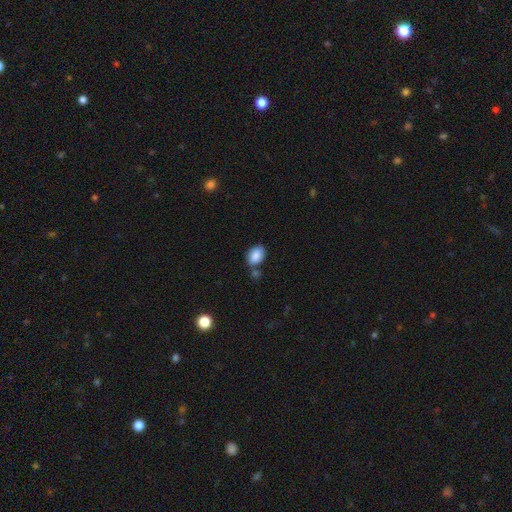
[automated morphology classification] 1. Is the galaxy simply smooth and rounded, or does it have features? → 86% smooth, 8% star or artifact, 6% featured or disk.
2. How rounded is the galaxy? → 80% in between, 19% round, 1% cigar-shaped.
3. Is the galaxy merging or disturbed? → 61% none, 18% merger, 17% minor disturbance, 4% major disturbance.